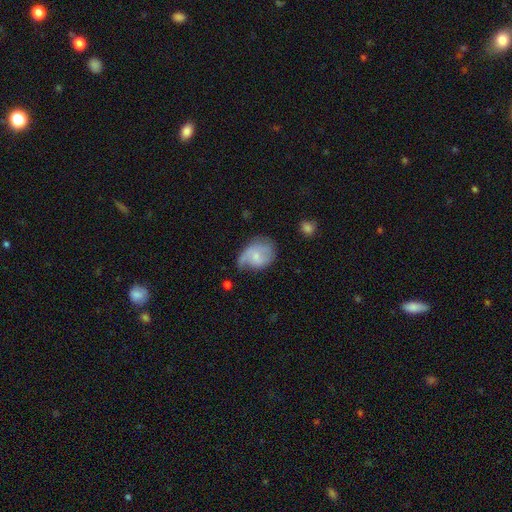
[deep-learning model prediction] featured or disk 50%, smooth 43%, star or artifact 7%. Down the decision tree: edge-on disk — no (97%); merging — none (36%).